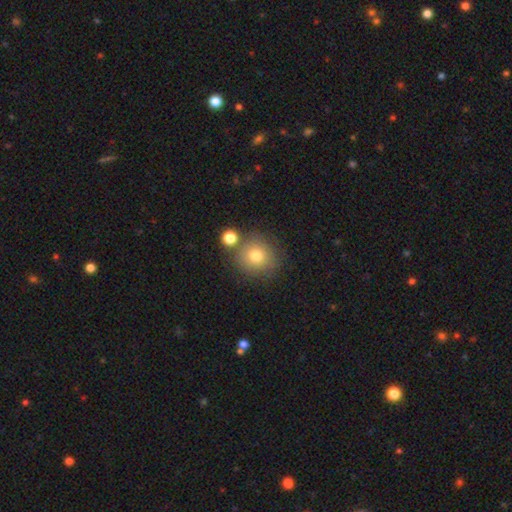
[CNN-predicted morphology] Smooth or featured: smooth — 77% (star or artifact — 12%)
How rounded: round — 90% (in between — 9%)
Merging: none — 73% (merger — 14%)